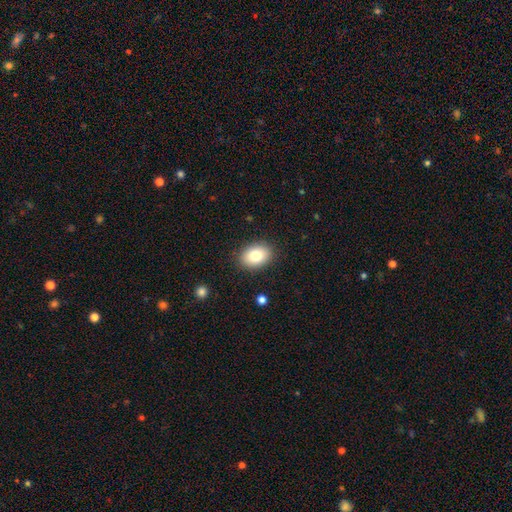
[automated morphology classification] smooth_or_featured: smooth (p=0.82) [alt: featured or disk p=0.10]
how_rounded: in between (p=0.73) [alt: round p=0.26]
merging: none (p=0.88) [alt: minor disturbance p=0.08]